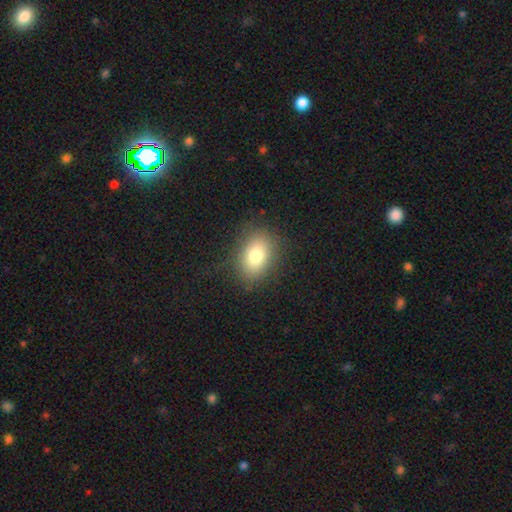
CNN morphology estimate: This is likely a smooth galaxy (78%). How rounded: likely in between (75%). Merging: clearly none (83%).